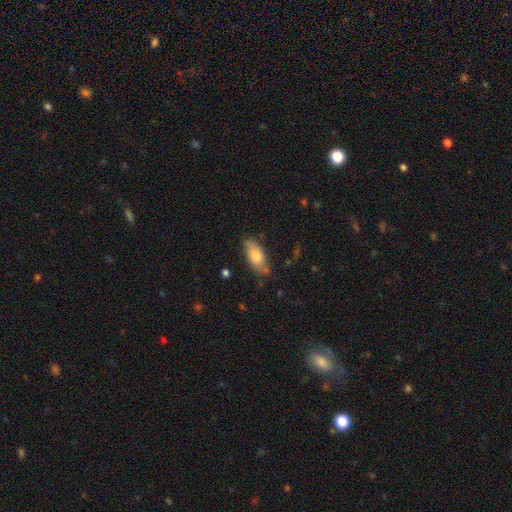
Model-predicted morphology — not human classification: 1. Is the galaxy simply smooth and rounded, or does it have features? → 71% smooth, 22% featured or disk, 7% star or artifact.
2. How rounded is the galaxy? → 83% in between, 15% cigar-shaped, 3% round.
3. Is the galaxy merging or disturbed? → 71% none, 22% minor disturbance, 5% major disturbance, 3% merger.